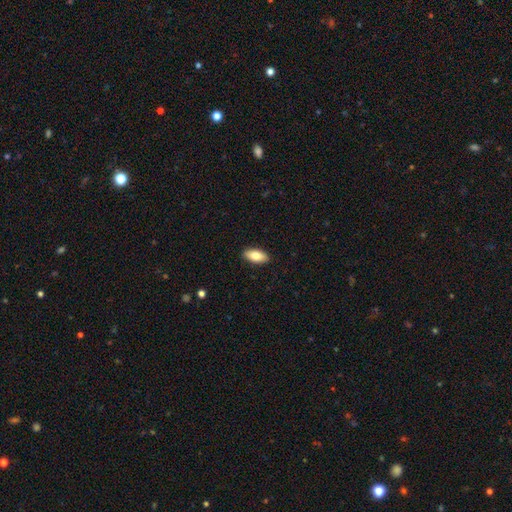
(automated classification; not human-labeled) Morphology: type=smooth (81%); roundness=in between (89%); merging=none (90%).